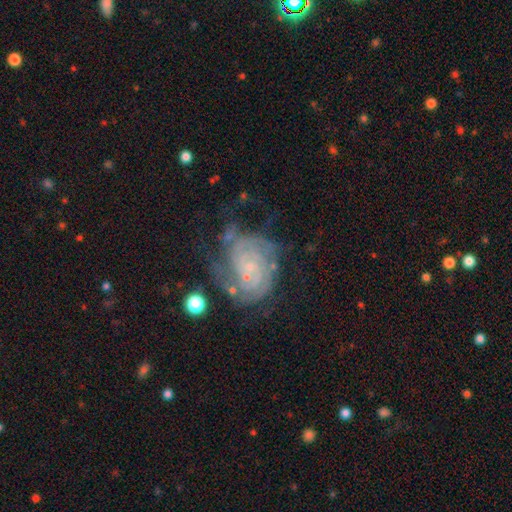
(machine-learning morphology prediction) A featured or disk galaxy (56%) with no bar (68%), spiral arms (82%) and a small central bulge (67%). Merging: none (59%).